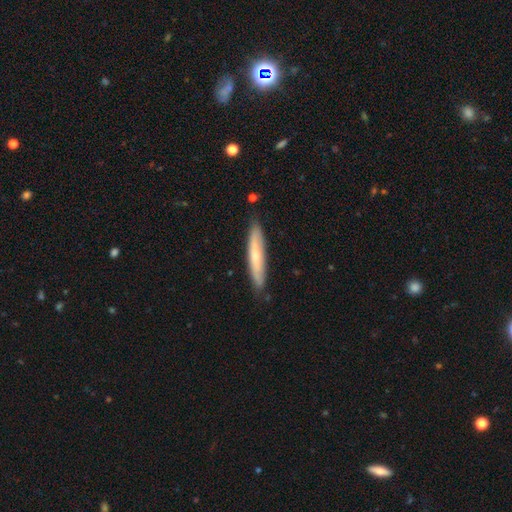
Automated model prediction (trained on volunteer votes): This appears to be a smooth galaxy with no disk features (59%) that is cigar-shaped (91%). Merging: none (84%).